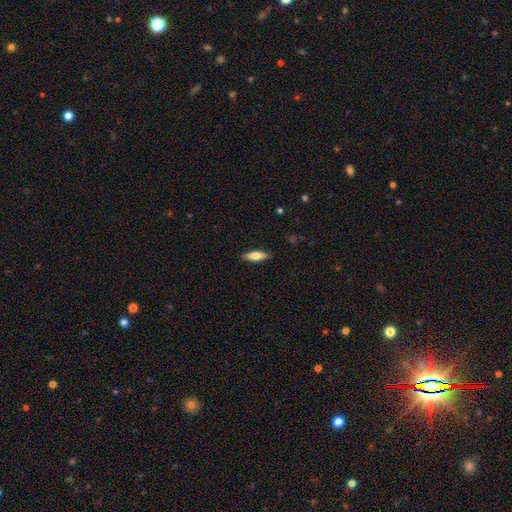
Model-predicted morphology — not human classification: A smooth galaxy with no disk features (65%) that is cigar-shaped (49%, tied with in between).

Vote fractions:
- Smooth or featured? smooth: 65% / featured or disk: 29% / star or artifact: 6%
- How rounded? cigar-shaped: 49% (tied) / in between: 49% (tied) / round: 2%
- Merging? none: 88% / minor disturbance: 9% / major disturbance: 2% / merger: 1%